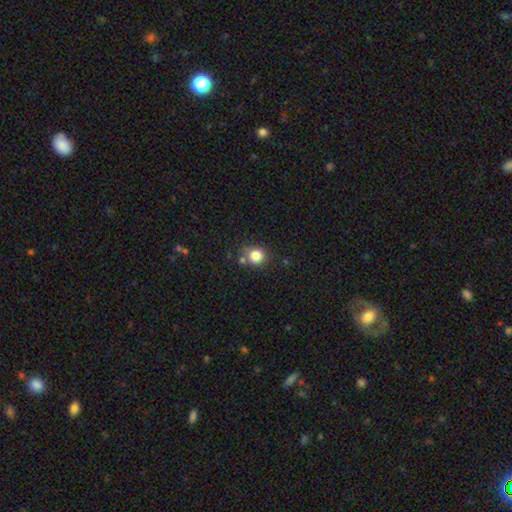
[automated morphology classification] smooth 82%, star or artifact 12%, featured or disk 6%. Down the decision tree: how rounded — round (86%); merging — none (73%).